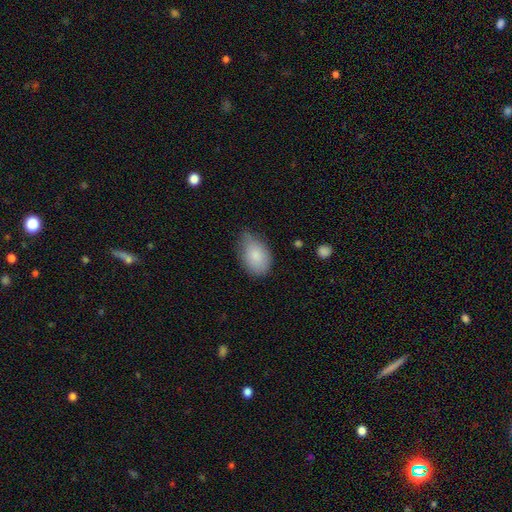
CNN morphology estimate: Smooth or featured? Predicted: smooth (p=0.84). How rounded? Predicted: in between (p=0.86). Merging? Predicted: none (p=0.50).